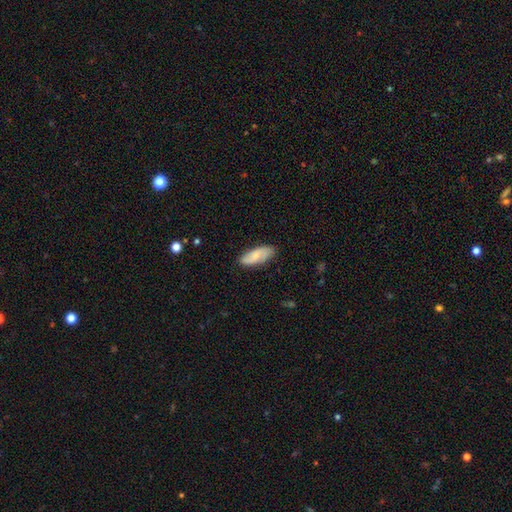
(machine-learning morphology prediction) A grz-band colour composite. It shows a smooth galaxy with no disk features (69%) that is in between round and cigar-shaped (77%). Merging: none (82%).